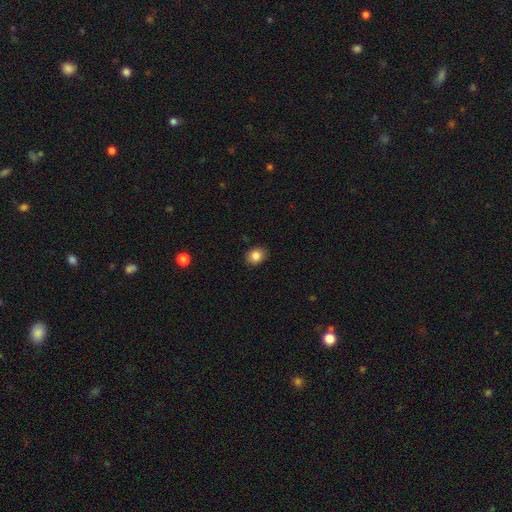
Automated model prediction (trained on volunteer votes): Q: Smooth or featured?
A: smooth (85%); runner-up: star or artifact (10%)
Q: How rounded?
A: round (55%); runner-up: in between (44%)
Q: Merging?
A: none (88%); runner-up: minor disturbance (9%)